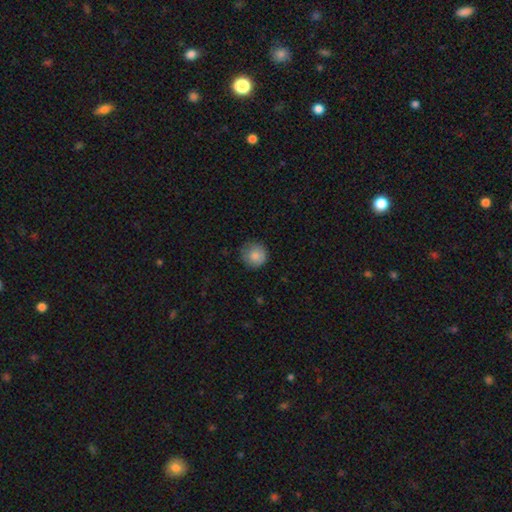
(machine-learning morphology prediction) Smooth or featured? smooth (84%)
How rounded? round (93%)
Merging? none (77%)